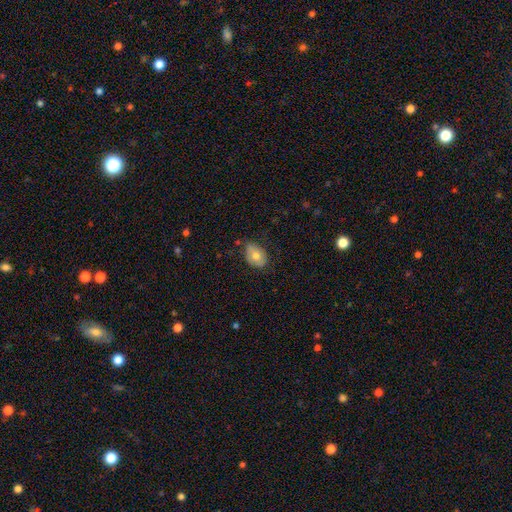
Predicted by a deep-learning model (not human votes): Q: Smooth or featured?
A: smooth (68%); runner-up: featured or disk (24%)
Q: How rounded?
A: in between (80%); runner-up: round (19%)
Q: Merging?
A: none (67%); runner-up: minor disturbance (27%)